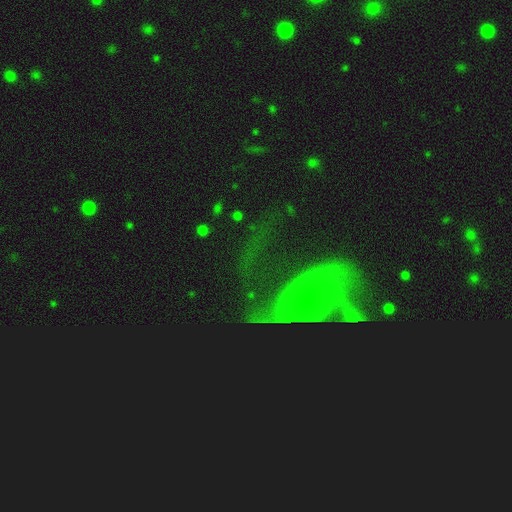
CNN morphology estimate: type=featured or disk (71%); edge-on=no (95%); bar=no (69%); spiral arms=yes (82%); winding=loose (45%); arm count=2 (50%); bulge=small (68%); merging=major disturbance (39%, tied with none).